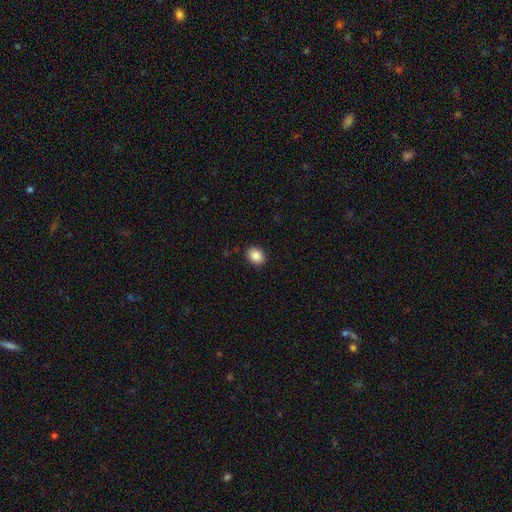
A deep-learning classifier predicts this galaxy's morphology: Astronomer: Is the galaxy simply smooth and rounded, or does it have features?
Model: smooth — 87%.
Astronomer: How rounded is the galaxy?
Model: in between — 51% (runner-up: round, 48%).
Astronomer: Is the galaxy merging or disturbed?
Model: none — 90%.